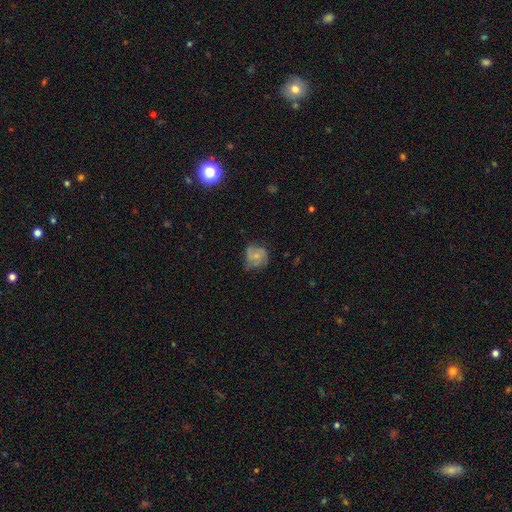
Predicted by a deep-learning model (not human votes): This is possibly a smooth galaxy (47%). Merging: possibly none (53%).